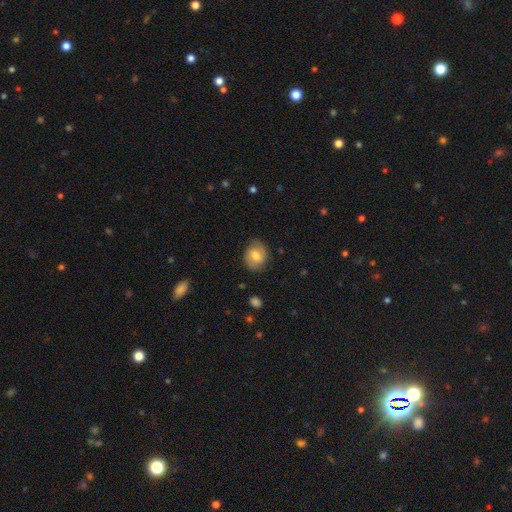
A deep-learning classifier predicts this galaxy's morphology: smooth-or-featured: smooth: 65% | featured or disk: 27% | star or artifact: 8%
  how-rounded: round: 51% | in between: 48% | cigar-shaped: 1%
  merging: none: 77% | minor disturbance: 17% | major disturbance: 4% | merger: 1%